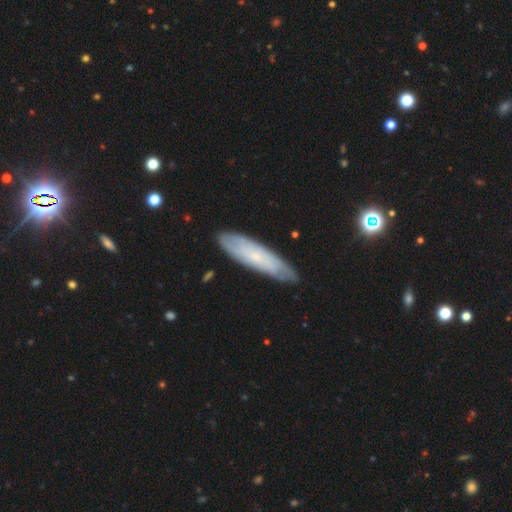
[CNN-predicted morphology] Smooth or featured? Predicted: featured or disk (p=0.51). Edge-on disk? Predicted: no (p=0.64). Merging? Predicted: none (p=0.81).